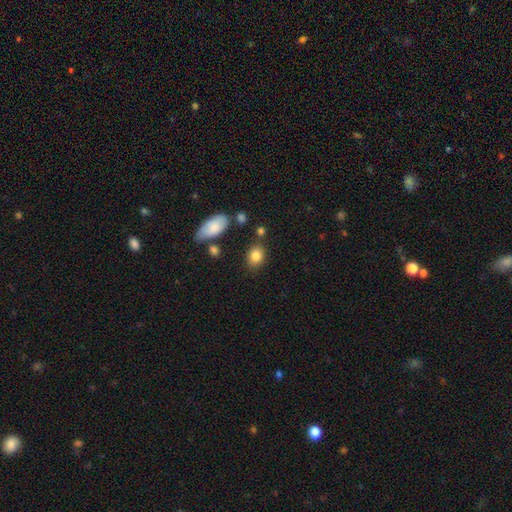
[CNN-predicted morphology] type=smooth (84%); roundness=in between (61%); merging=none (78%).